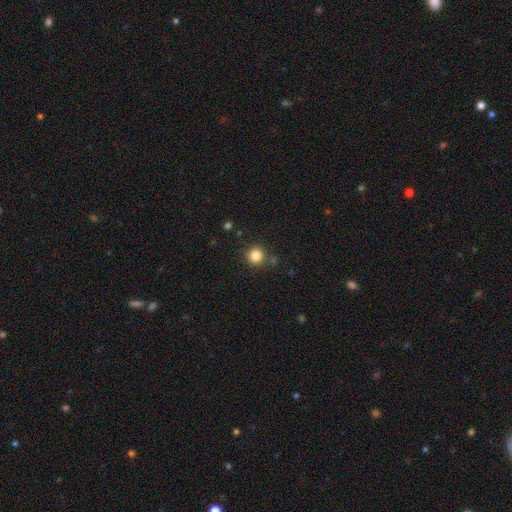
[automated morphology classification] Smooth or featured?
  - smooth: 83% *
  - star or artifact: 12%
  - featured or disk: 4%
How rounded?
  - round: 94% *
  - in between: 5%
  - cigar-shaped: 1%
Merging?
  - none: 85% *
  - minor disturbance: 8%
  - merger: 5%
  - major disturbance: 3%